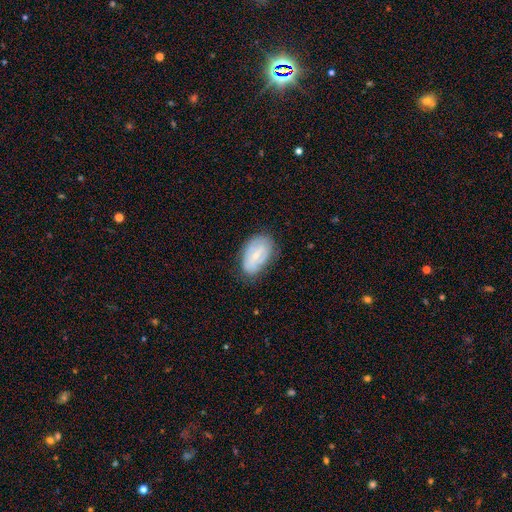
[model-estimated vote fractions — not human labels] Smooth or featured?
  - featured or disk: 52% *
  - smooth: 40%
  - star or artifact: 7%
Edge-on disk?
  - no: 94% *
  - yes: 6%
Merging?
  - none: 71% *
  - minor disturbance: 22%
  - major disturbance: 6%
  - merger: 1%